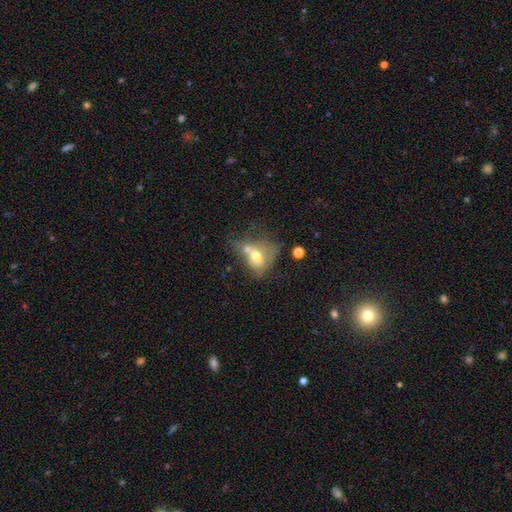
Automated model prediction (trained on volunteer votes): A smooth galaxy with no disk features (60%) that is in between round and cigar-shaped (55%). Merging: merger (54%).